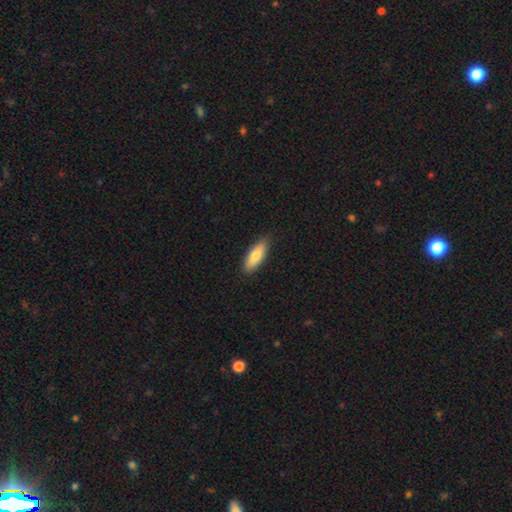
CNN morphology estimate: Q: Smooth or featured?
A: smooth (78%); runner-up: featured or disk (17%)
Q: How rounded?
A: in between (61%); runner-up: cigar-shaped (37%)
Q: Merging?
A: none (85%); runner-up: minor disturbance (12%)